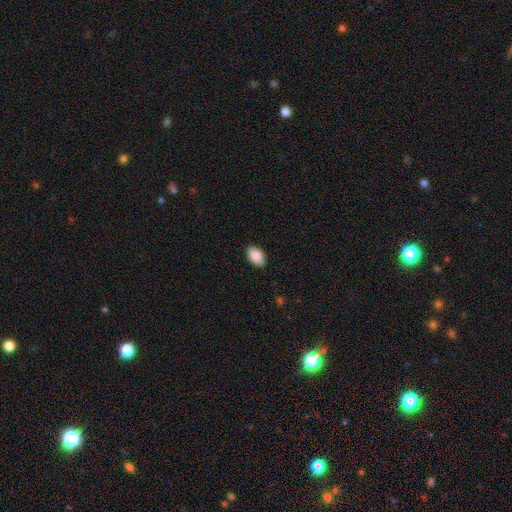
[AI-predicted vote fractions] Smooth or featured? Predicted: smooth (p=0.89). How rounded? Predicted: in between (p=0.93). Merging? Predicted: none (p=0.88).